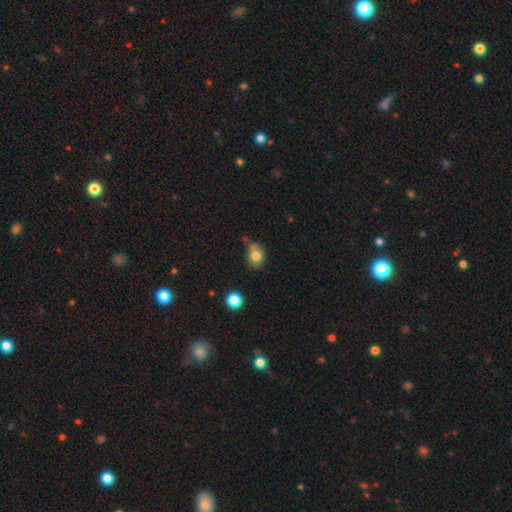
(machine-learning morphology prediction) Smooth or featured?
  - smooth: 78% *
  - featured or disk: 11%
  - star or artifact: 11%
How rounded?
  - round: 55% *
  - in between: 44%
  - cigar-shaped: 1%
Merging?
  - none: 55% *
  - minor disturbance: 24%
  - merger: 15%
  - major disturbance: 6%